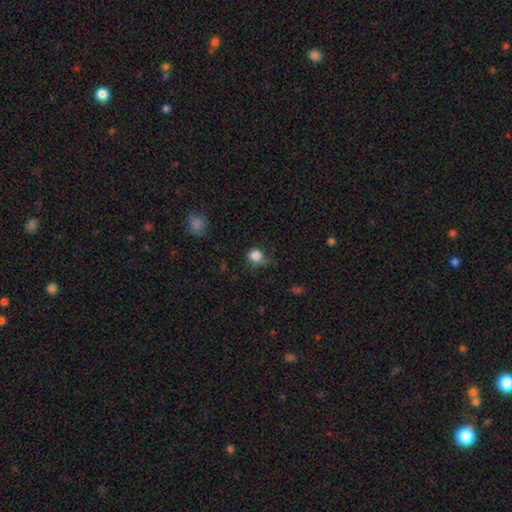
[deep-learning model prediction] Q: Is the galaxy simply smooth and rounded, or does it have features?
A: smooth — 84%.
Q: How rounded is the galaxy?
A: round — 79%.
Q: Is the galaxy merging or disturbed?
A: none — 54%.